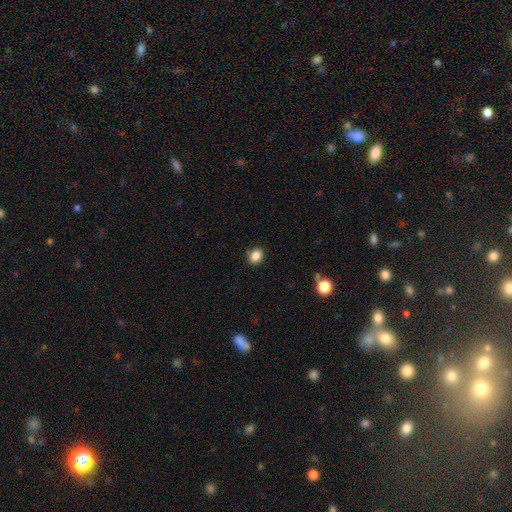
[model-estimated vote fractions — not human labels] smooth-or-featured: smooth: 86% | star or artifact: 10% | featured or disk: 4%
  how-rounded: in between: 51% | round: 48% | cigar-shaped: 1%
  merging: none: 87% | minor disturbance: 9% | major disturbance: 2% | merger: 1%